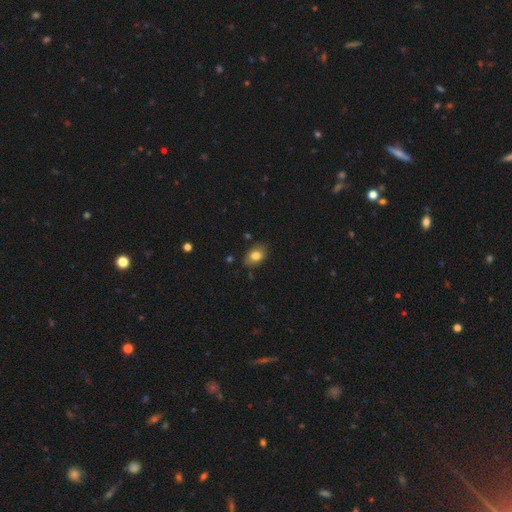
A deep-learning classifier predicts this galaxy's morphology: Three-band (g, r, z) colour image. It shows a smooth galaxy with no disk features (81%) that is in between round and cigar-shaped (77%). Merging: none (81%).